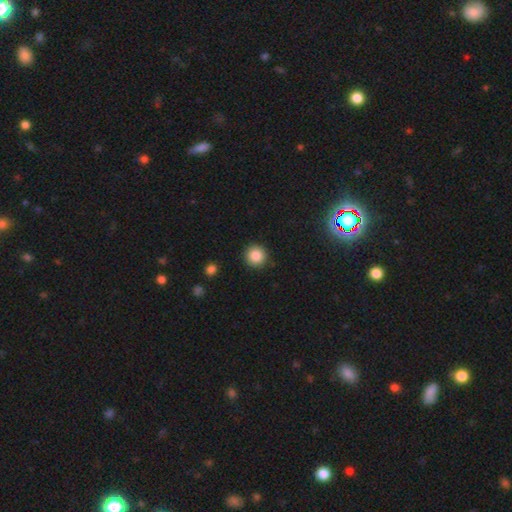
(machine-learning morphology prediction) A smooth galaxy with no disk features (86%) that is round (95%).

Vote fractions:
- Smooth or featured? smooth: 86% / star or artifact: 9% / featured or disk: 4%
- How rounded? round: 95% / in between: 4% / cigar-shaped: 1%
- Merging? none: 91% / minor disturbance: 6% / major disturbance: 2% / merger: 1%